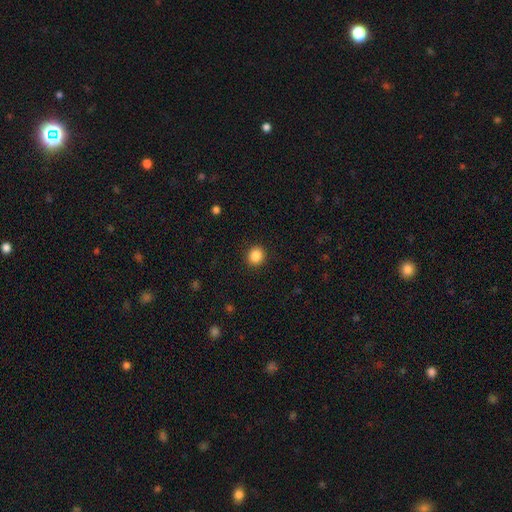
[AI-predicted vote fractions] smooth-or-featured: smooth: 87% | star or artifact: 10% | featured or disk: 3%
  how-rounded: round: 80% | in between: 19% | cigar-shaped: 1%
  merging: none: 91% | minor disturbance: 6% | major disturbance: 2% | merger: 1%